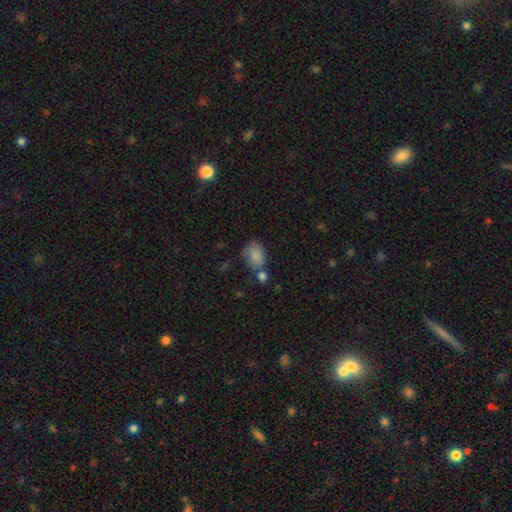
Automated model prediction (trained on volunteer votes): Smooth or featured: smooth — 83% (star or artifact — 9%)
How rounded: in between — 83% (round — 15%)
Merging: none — 48% (merger — 23%)